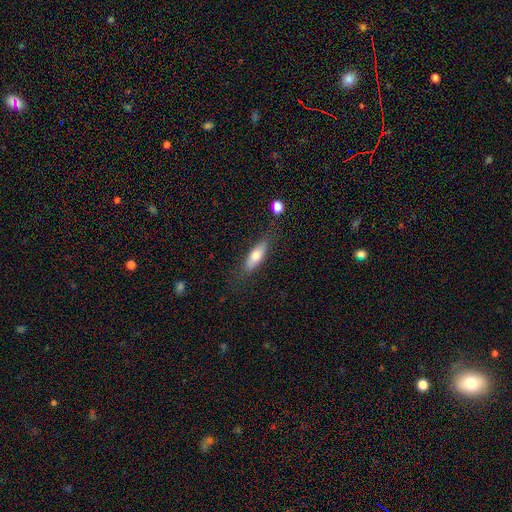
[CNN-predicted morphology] smooth_or_featured: smooth (p=0.69) [alt: featured or disk p=0.24]
how_rounded: in between (p=0.55) [alt: cigar-shaped p=0.43]
merging: none (p=0.78) [alt: minor disturbance p=0.15]